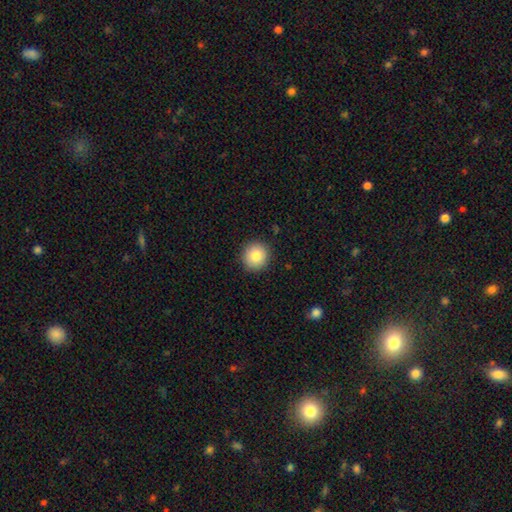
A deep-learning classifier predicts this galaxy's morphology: This is clearly a smooth galaxy (83%). How rounded: clearly round (93%). Merging: clearly none (91%).